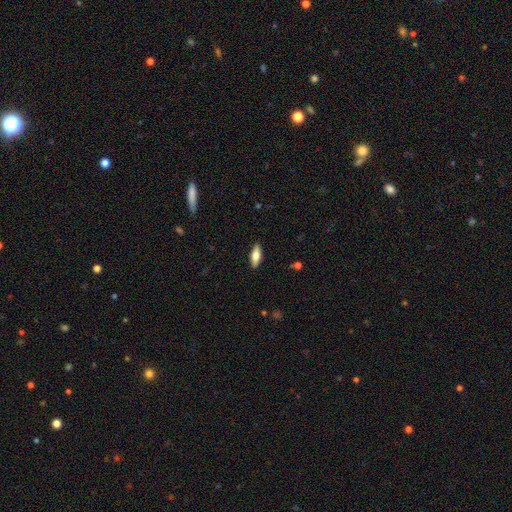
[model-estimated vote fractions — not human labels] smooth 57%, featured or disk 37%, star or artifact 6%. Down the decision tree: how rounded — in between (61%); merging — none (90%).